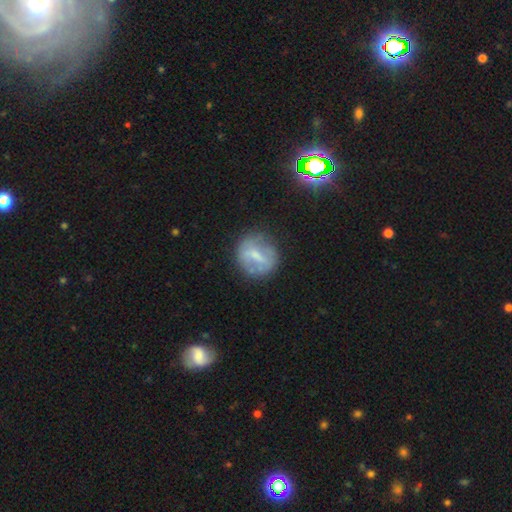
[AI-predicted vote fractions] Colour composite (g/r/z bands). It shows a featured or disk galaxy (50%). Merging: none (71%).